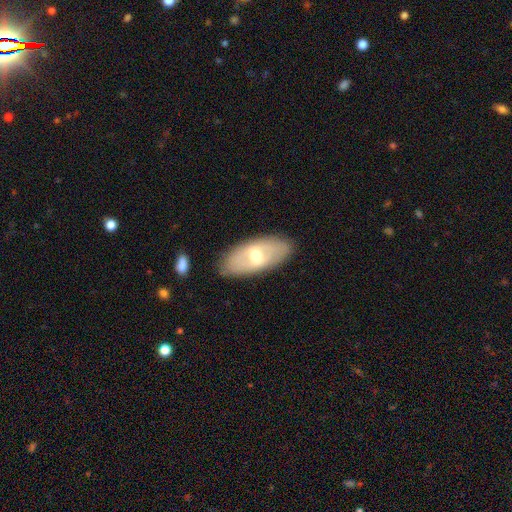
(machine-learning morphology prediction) This appears to be a featured or disk galaxy (50%). Merging: none (83%).